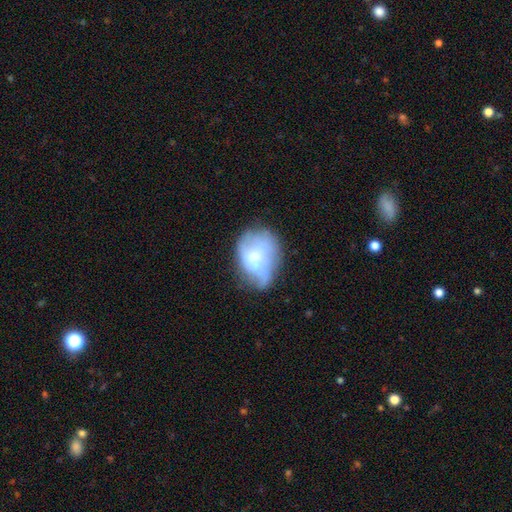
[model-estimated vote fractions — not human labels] featured or disk 45% (tied), smooth 45% (tied), star or artifact 9%. Down the decision tree: merging — none (30%).